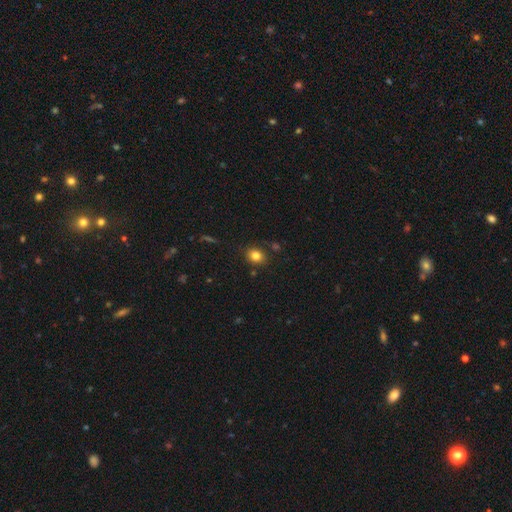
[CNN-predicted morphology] The model was most divided on "how rounded": round: 56%, in between: 43%, cigar-shaped: 1%. More confident: merging — none (82%); smooth or featured — smooth (82%).